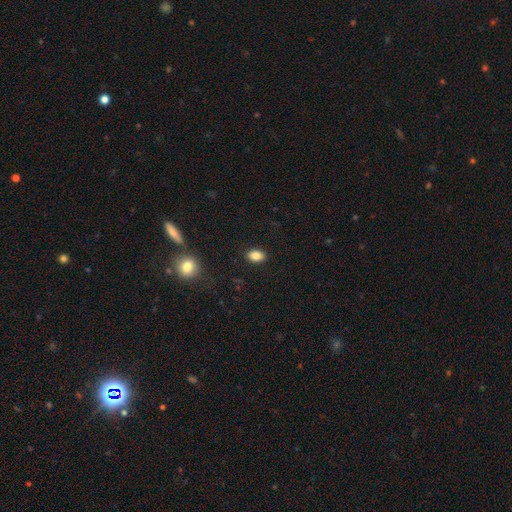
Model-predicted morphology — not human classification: Overall: smooth (85%). How rounded: in between (81%). Merging: none (89%).